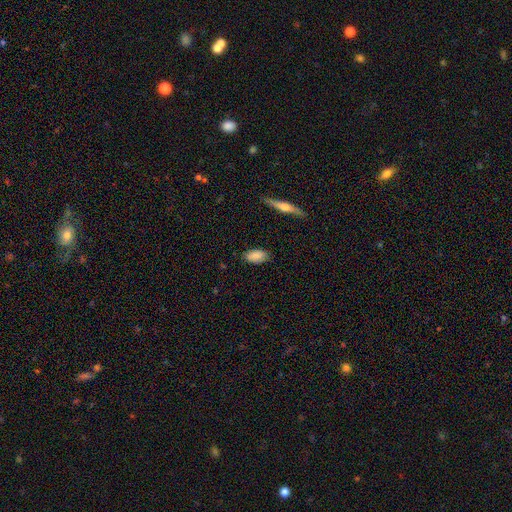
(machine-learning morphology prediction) smooth 84%, featured or disk 10%, star or artifact 7%. Down the decision tree: how rounded — in between (92%); merging — none (83%).